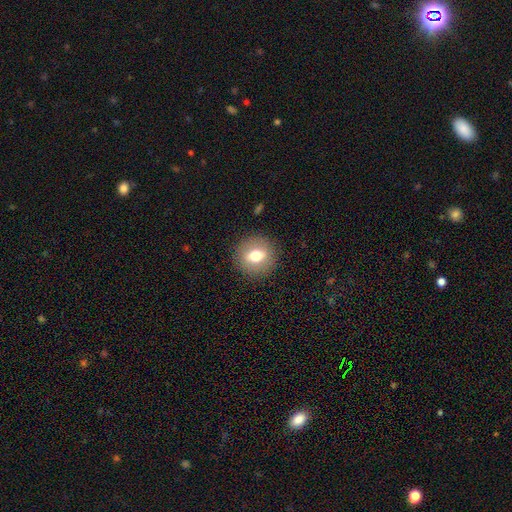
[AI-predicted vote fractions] Morphology: type=smooth (66%); roundness=round (87%); merging=none (89%).